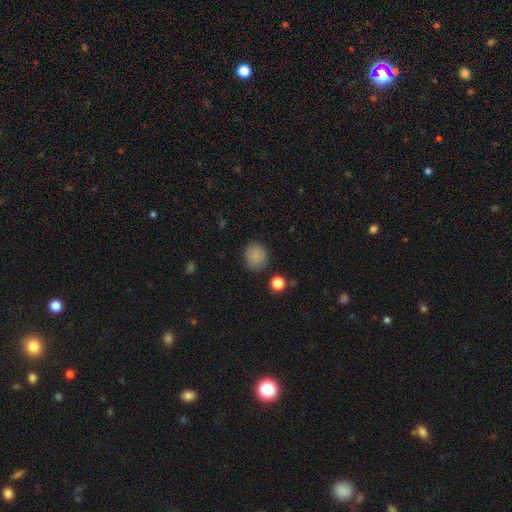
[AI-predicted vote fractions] Overall: smooth (86%). How rounded: round (84%). Merging: none (86%).